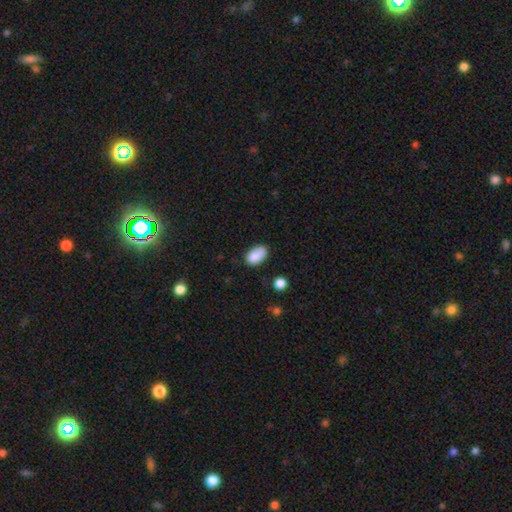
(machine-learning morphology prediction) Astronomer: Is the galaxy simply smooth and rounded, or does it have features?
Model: smooth — 87%.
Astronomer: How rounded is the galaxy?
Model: in between — 92%.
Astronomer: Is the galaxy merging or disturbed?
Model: none — 73%.